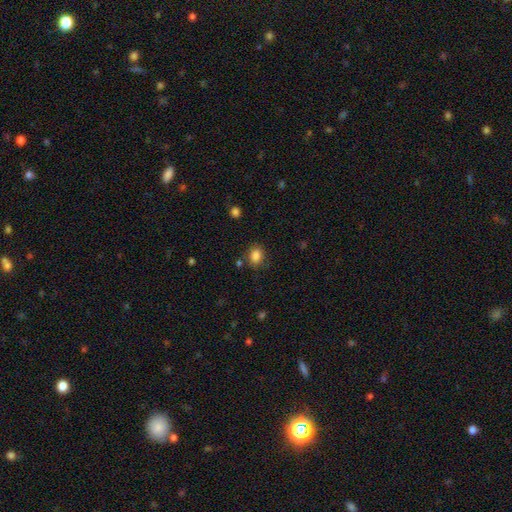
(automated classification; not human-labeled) A smooth galaxy with no disk features (85%) that is in between round and cigar-shaped (55%). Merging: none (79%).